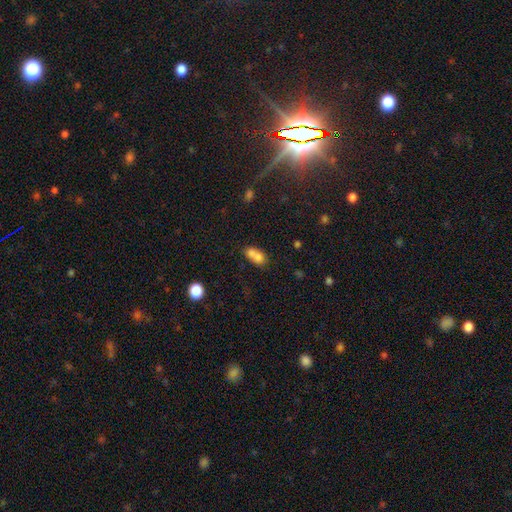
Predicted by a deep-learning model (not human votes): Overall: smooth (72%). How rounded: in between (67%; round 29%). Merging: merger (60%; none 26%).